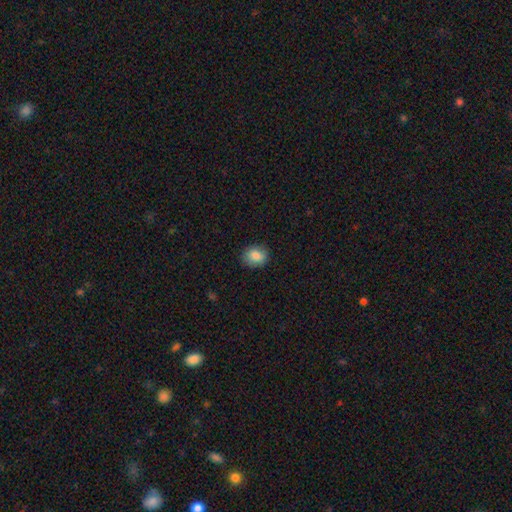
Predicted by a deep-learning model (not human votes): Morphology: type=smooth (85%); roundness=round (61%); merging=none (85%).